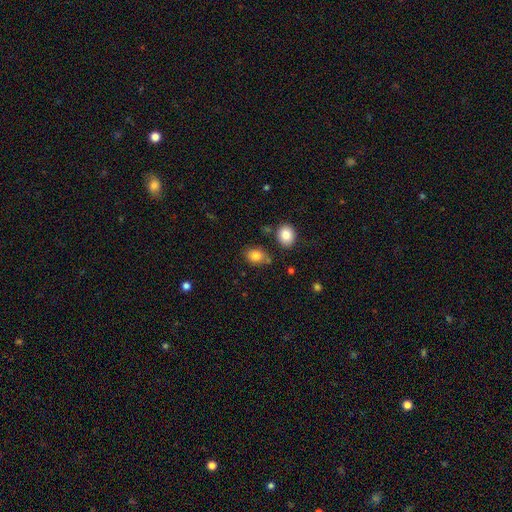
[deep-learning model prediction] Q: Smooth or featured?
A: smooth (82%); runner-up: star or artifact (10%)
Q: How rounded?
A: in between (61%); runner-up: round (38%)
Q: Merging?
A: none (70%); runner-up: minor disturbance (17%)